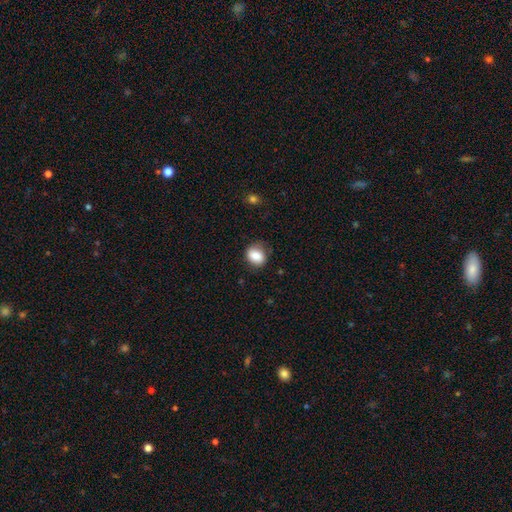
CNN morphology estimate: A smooth galaxy with no disk features (82%) that is in between round and cigar-shaped (50%). Merging: none (72%).